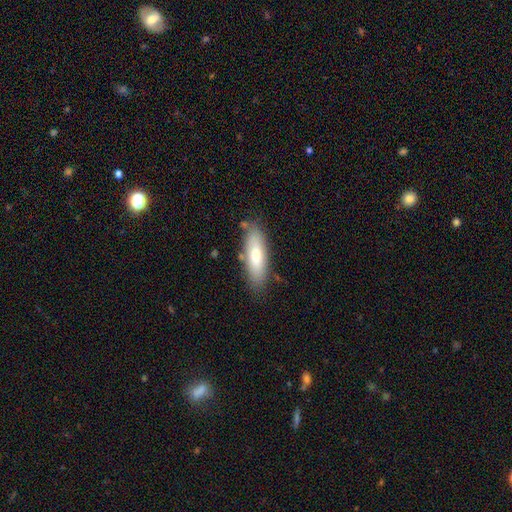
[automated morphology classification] The model was most divided on "how rounded": in between: 59%, cigar-shaped: 40%, round: 2%. More confident: merging — none (78%); smooth or featured — smooth (72%).